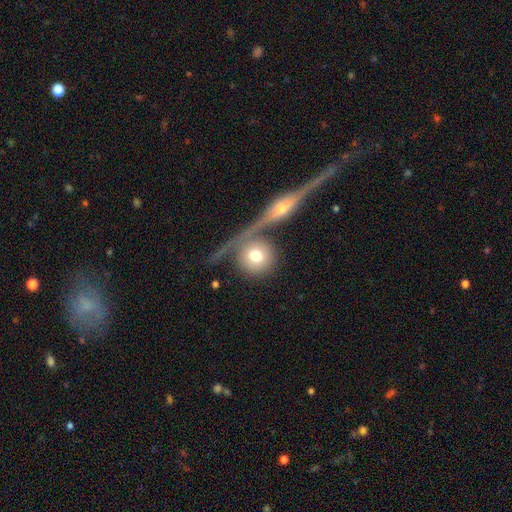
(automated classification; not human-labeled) Smooth or featured? smooth (65%)
How rounded? round (89%)
Merging? none (45%)